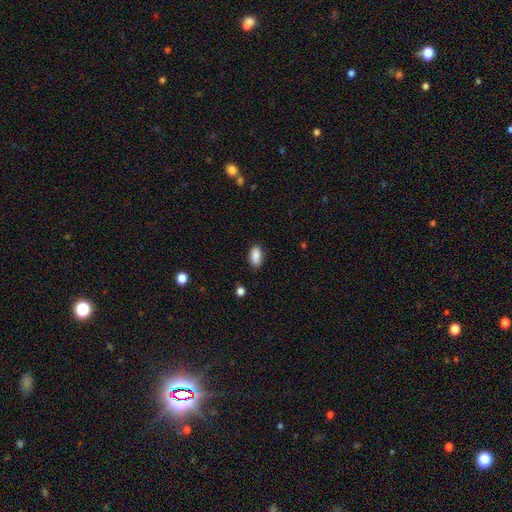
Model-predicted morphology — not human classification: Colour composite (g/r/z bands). It shows a smooth galaxy with no disk features (89%) that is in between round and cigar-shaped (92%). Merging: none (86%).